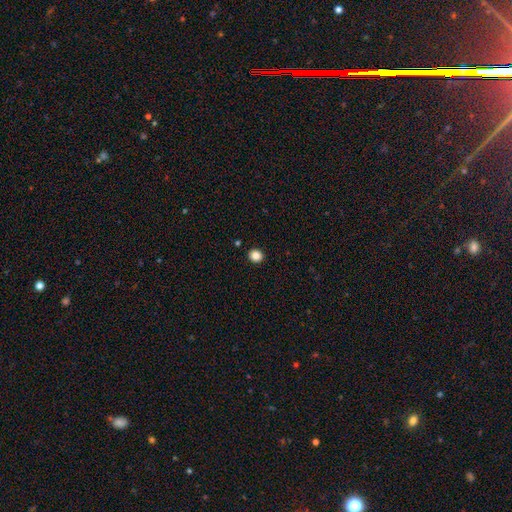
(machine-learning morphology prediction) This appears to be a smooth galaxy with no disk features (85%) that is round (88%). Merging: none (93%).